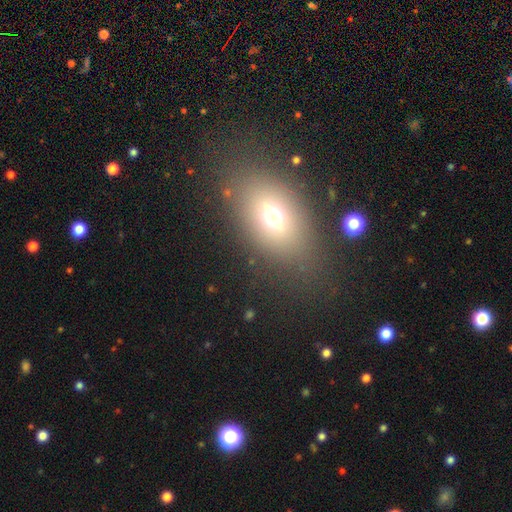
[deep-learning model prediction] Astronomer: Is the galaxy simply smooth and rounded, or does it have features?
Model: smooth — 65%.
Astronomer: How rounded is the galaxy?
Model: in between — 80%.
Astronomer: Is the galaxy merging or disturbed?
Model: none — 84%.